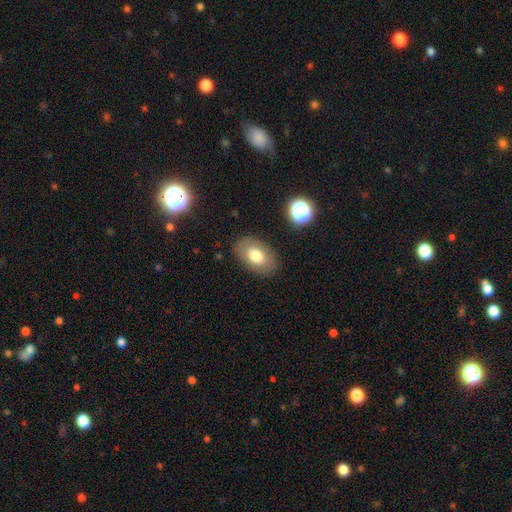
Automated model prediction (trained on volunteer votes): This appears to be a smooth galaxy with no disk features (74%) that is in between round and cigar-shaped (88%). Merging: none (85%).